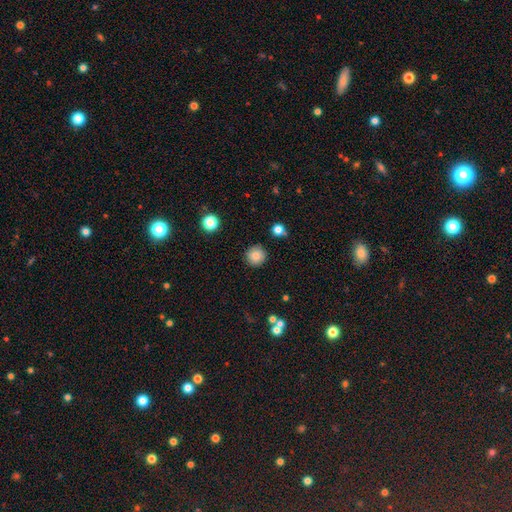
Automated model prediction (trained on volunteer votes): A smooth galaxy with no disk features (85%) that is round (94%).

Vote fractions:
- Smooth or featured? smooth: 85% / star or artifact: 9% / featured or disk: 6%
- How rounded? round: 94% / in between: 5% / cigar-shaped: 1%
- Merging? none: 89% / minor disturbance: 7% / major disturbance: 2% / merger: 2%